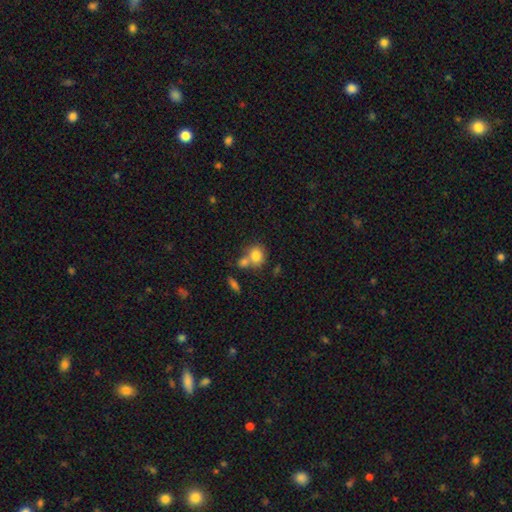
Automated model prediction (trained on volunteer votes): The model was most divided on "merging": none: 47%, merger: 38%, minor disturbance: 11%, major disturbance: 4%. More confident: smooth or featured — smooth (80%); how rounded — round (68%).